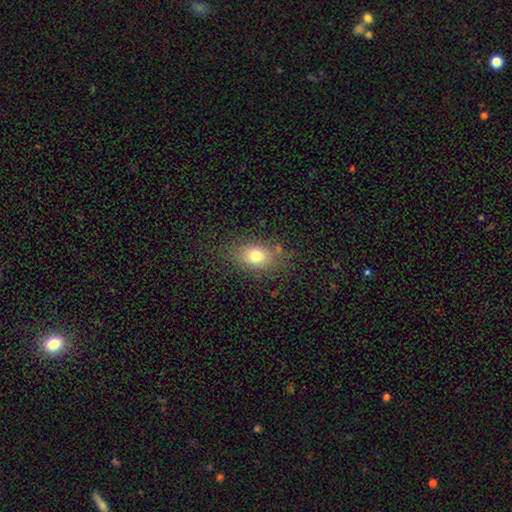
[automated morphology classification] The model was most divided on "how rounded": in between: 68%, round: 30%, cigar-shaped: 3%. More confident: merging — none (80%); smooth or featured — smooth (75%).